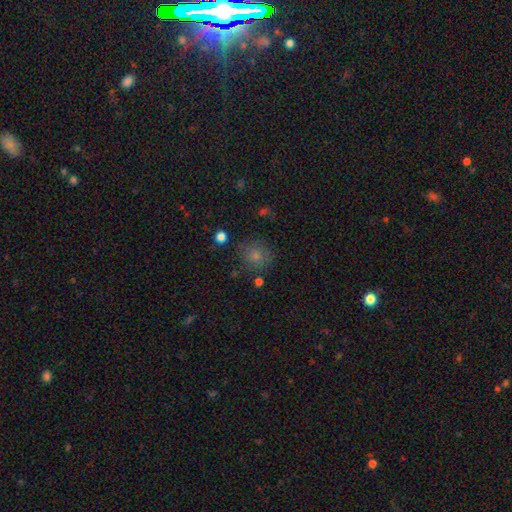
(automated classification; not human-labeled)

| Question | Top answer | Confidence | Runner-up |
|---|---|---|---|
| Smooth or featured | smooth | 77% | star or artifact (14%) |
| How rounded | round | 90% | in between (9%) |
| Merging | none | 78% | minor disturbance (13%) |